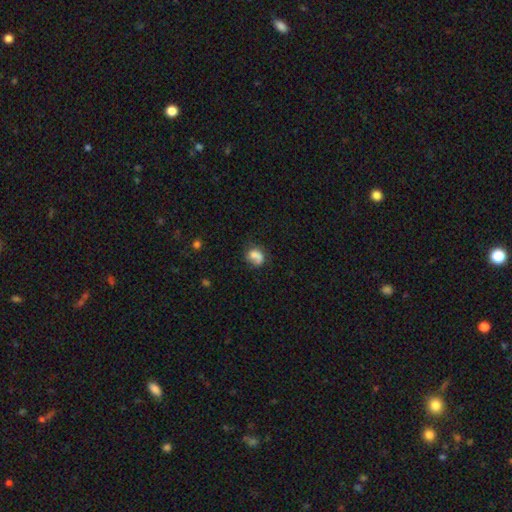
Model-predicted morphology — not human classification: Smooth or featured: smooth — 67% (featured or disk — 22%)
How rounded: in between — 51% (round — 48%)
Merging: none — 39% (minor disturbance — 24%)